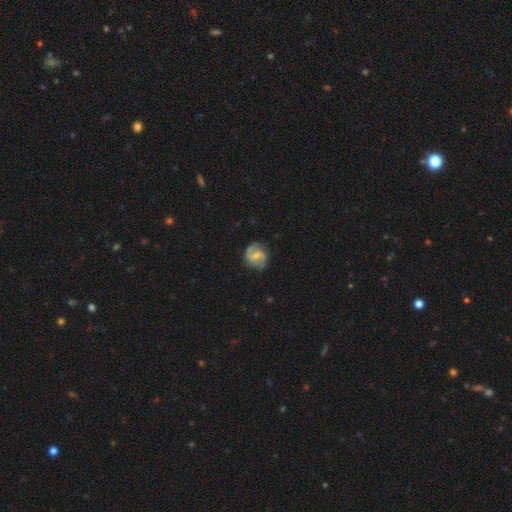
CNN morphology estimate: smooth_or_featured: featured or disk (p=0.78) [alt: smooth p=0.16]
disk_edge_on: no (p=0.98) [alt: yes p=0.02]
bar: weak (p=0.54) [alt: strong p=0.23]
has_spiral_arms: yes (p=0.94) [alt: no p=0.06]
spiral_winding: medium (p=0.50) [alt: loose p=0.28]
spiral_arm_count: 2 (p=0.88) [alt: can't tell p=0.06]
bulge_size: small (p=0.47) [alt: moderate p=0.40]
merging: none (p=0.78) [alt: minor disturbance p=0.16]